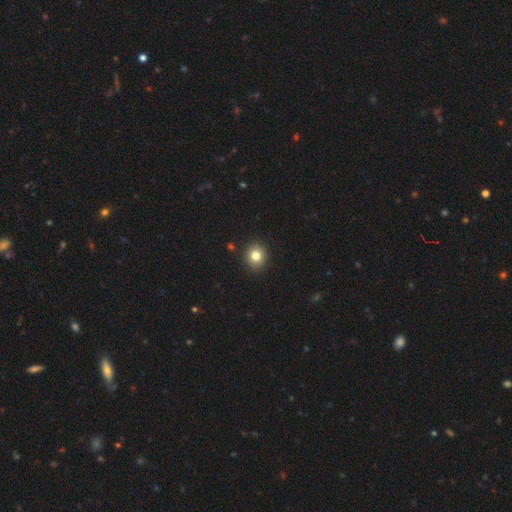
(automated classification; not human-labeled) Smooth or featured? smooth (82%)
How rounded? round (81%)
Merging? none (91%)